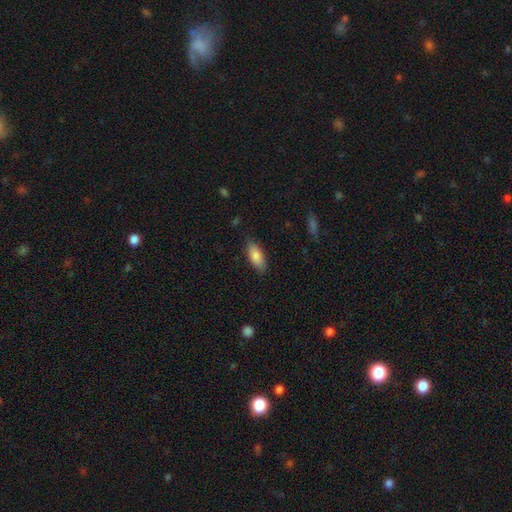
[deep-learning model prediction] The model was most divided on "how rounded": in between: 83%, cigar-shaped: 15%, round: 2%. More confident: merging — none (85%); smooth or featured — smooth (84%).